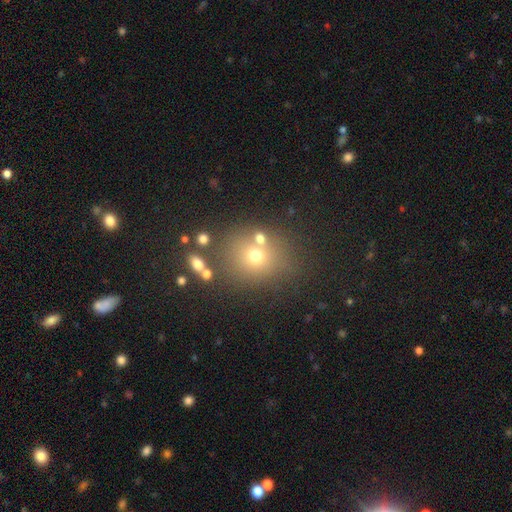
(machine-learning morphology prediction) Smooth or featured?
  - smooth: 65% *
  - star or artifact: 20%
  - featured or disk: 15%
How rounded?
  - round: 73% *
  - in between: 26%
  - cigar-shaped: 1%
Merging?
  - none: 68% *
  - merger: 16%
  - minor disturbance: 11%
  - major disturbance: 5%